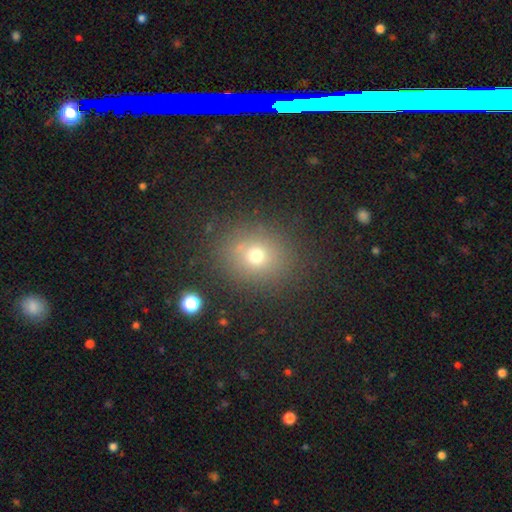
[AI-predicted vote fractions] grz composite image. It shows a smooth galaxy with no disk features (68%) that is round (73%). Merging: none (82%).